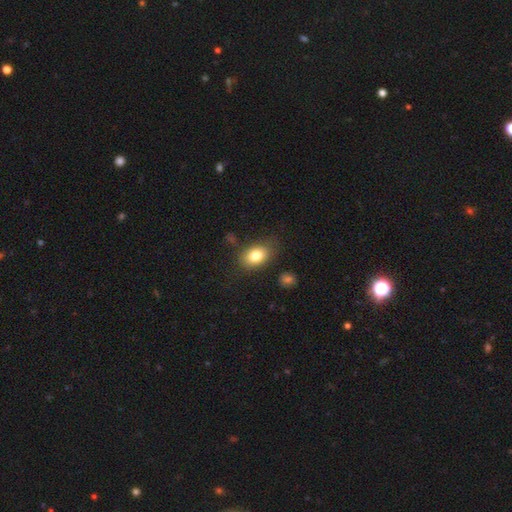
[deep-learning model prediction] This appears to be a smooth galaxy with no disk features (80%) that is in between round and cigar-shaped (79%). Merging: none (77%).